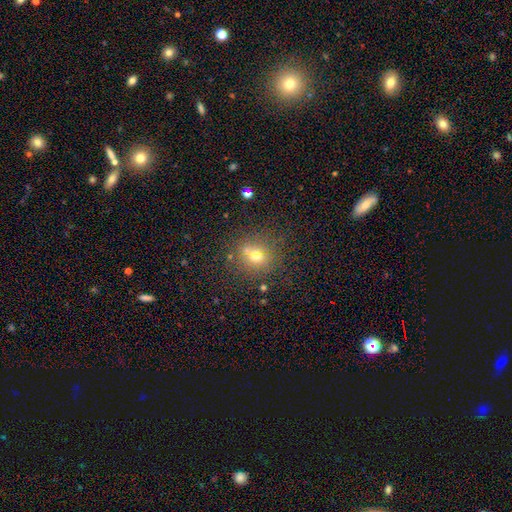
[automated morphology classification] The model was most divided on "smooth or featured": smooth: 60%, star or artifact: 22%, featured or disk: 18%. More confident: how rounded — round (84%); merging — none (74%).